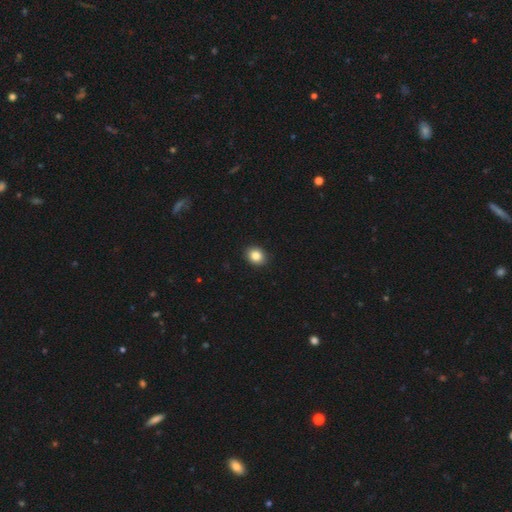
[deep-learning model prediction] Overall: smooth (86%). How rounded: round (61%; in between 38%). Merging: none (90%).